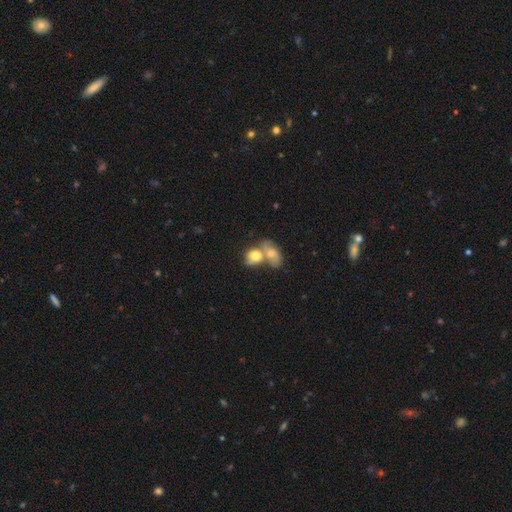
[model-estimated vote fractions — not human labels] The model was most divided on "how rounded": in between: 59%, round: 39%, cigar-shaped: 2%. More confident: smooth or featured — smooth (72%); merging — merger (67%).